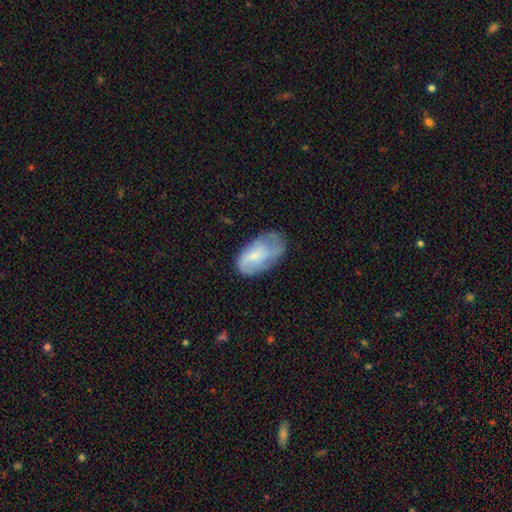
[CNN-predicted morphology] Overall: smooth (56%; featured or disk 36%). How rounded: in between (93%). Merging: none (45%; minor disturbance 35%).